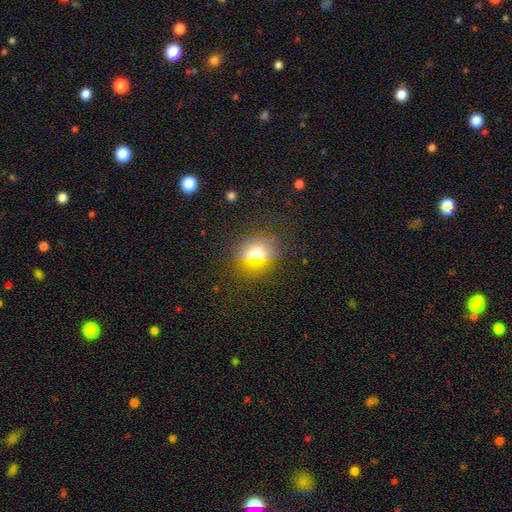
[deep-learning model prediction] This appears to be a smooth galaxy with no disk features (65%) that is round (64%). Merging: none (82%).